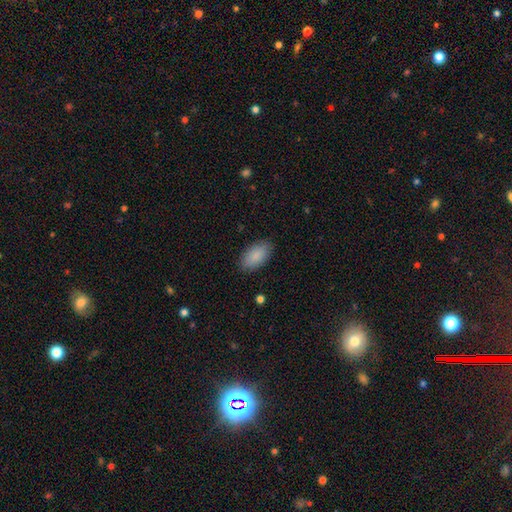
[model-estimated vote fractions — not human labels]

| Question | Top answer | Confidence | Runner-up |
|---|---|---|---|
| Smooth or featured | smooth | 88% | star or artifact (6%) |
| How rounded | in between | 94% | round (3%) |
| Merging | none | 87% | minor disturbance (10%) |